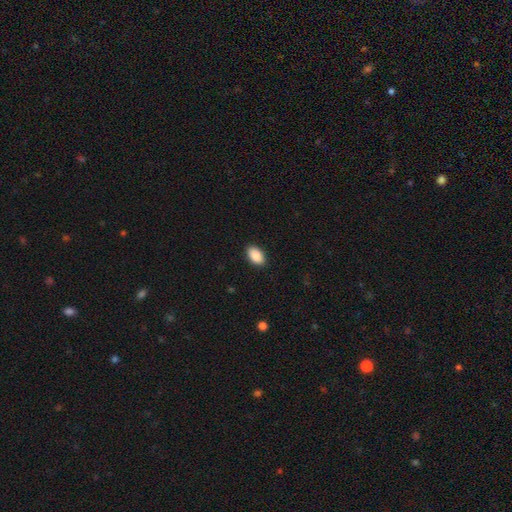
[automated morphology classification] smooth-or-featured: smooth: 90% | star or artifact: 7% | featured or disk: 4%
  how-rounded: in between: 93% | round: 5% | cigar-shaped: 1%
  merging: none: 90% | minor disturbance: 7% | major disturbance: 2% | merger: 1%